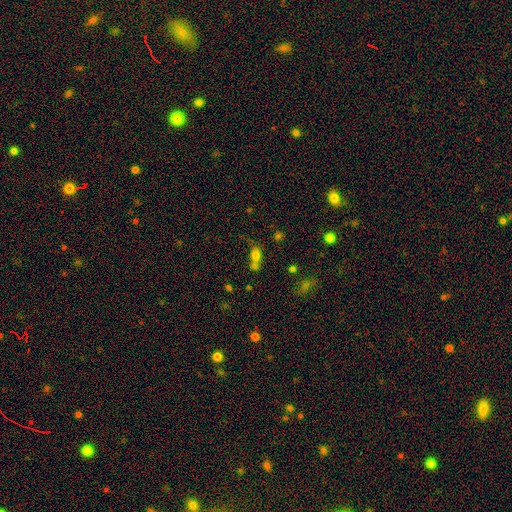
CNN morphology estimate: Smooth or featured: smooth — 71% (star or artifact — 15%)
How rounded: in between — 66% (round — 23%)
Merging: merger — 36% (tied with none — 36%)